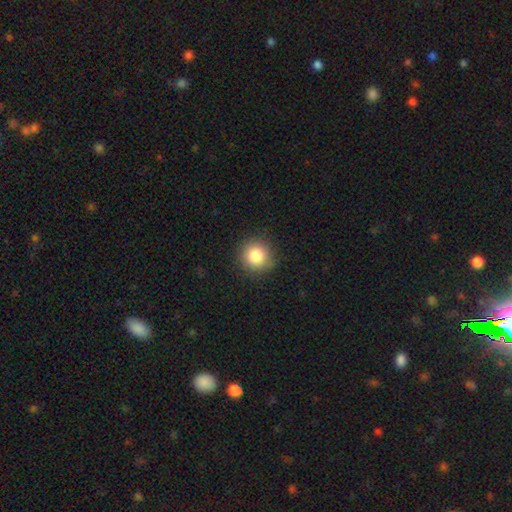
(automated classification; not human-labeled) Morphology: type=smooth (84%); roundness=round (93%); merging=none (88%).